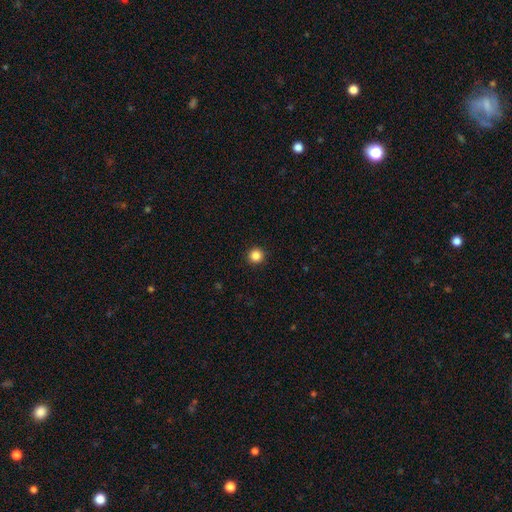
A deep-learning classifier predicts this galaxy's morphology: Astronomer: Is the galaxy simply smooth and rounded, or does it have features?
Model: smooth — 85%.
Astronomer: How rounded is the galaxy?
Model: round — 96%.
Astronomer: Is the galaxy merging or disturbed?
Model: none — 93%.